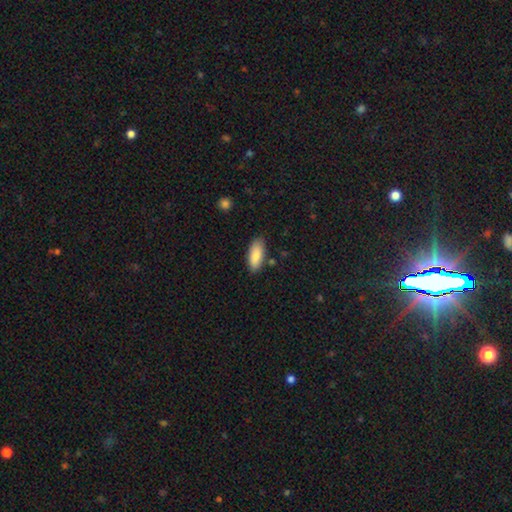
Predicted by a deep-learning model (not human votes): Overall: smooth (85%). How rounded: in between (84%). Merging: none (82%).